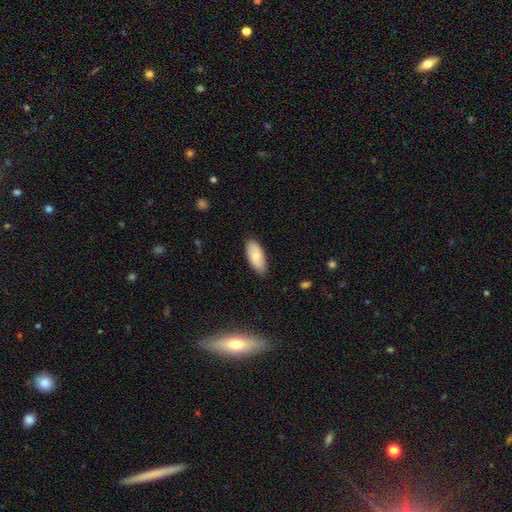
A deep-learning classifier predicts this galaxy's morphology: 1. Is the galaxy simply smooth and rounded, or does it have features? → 79% smooth, 15% featured or disk, 6% star or artifact.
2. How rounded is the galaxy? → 90% in between, 8% cigar-shaped, 2% round.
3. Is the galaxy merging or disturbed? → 82% none, 15% minor disturbance, 2% major disturbance, 1% merger.